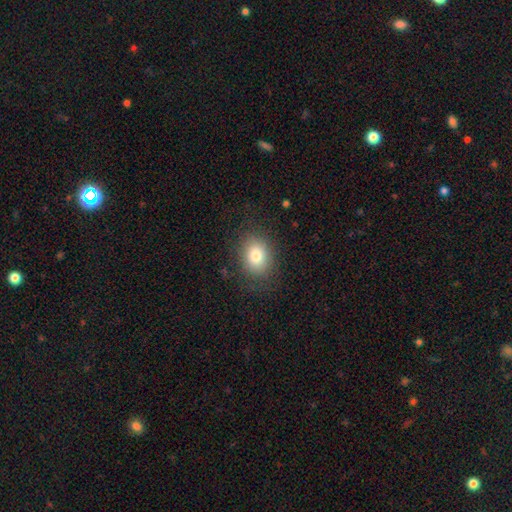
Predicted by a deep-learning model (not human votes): A smooth galaxy with no disk features (80%) that is in between round and cigar-shaped (52%).

Vote fractions:
- Smooth or featured? smooth: 80% / star or artifact: 10% / featured or disk: 10%
- How rounded? in between: 52% / round: 47% / cigar-shaped: 1%
- Merging? none: 83% / minor disturbance: 11% / major disturbance: 5% / merger: 1%